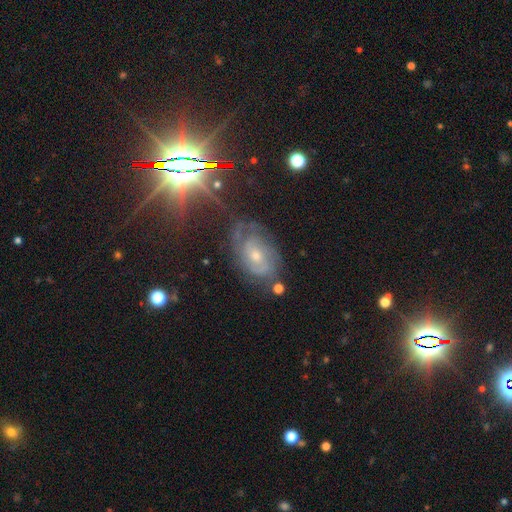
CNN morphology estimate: Q: Smooth or featured?
A: featured or disk (66%); runner-up: star or artifact (19%)
Q: Edge-on disk?
A: no (94%); runner-up: yes (6%)
Q: Bar?
A: no (63%); runner-up: weak (30%)
Q: Spiral arms?
A: yes (86%); runner-up: no (14%)
Q: Spiral winding?
A: tight (59%); runner-up: medium (31%)
Q: Spiral arm count?
A: can't tell (46%); runner-up: 2 (31%)
Q: Bulge size?
A: small (51%); runner-up: moderate (45%)
Q: Merging?
A: none (66%); runner-up: minor disturbance (21%)